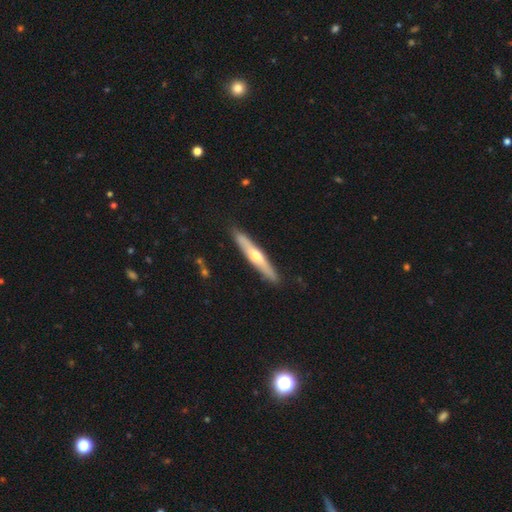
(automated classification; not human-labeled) featured or disk 56%, smooth 39%, star or artifact 5%. Down the decision tree: edge-on disk — yes (93%); edge-on bulge — rounded (86%); merging — none (89%).